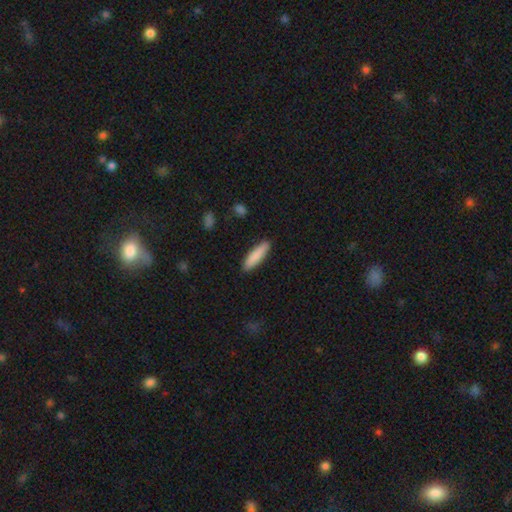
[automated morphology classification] Q: Smooth or featured?
A: smooth (86%); runner-up: featured or disk (8%)
Q: How rounded?
A: cigar-shaped (76%); runner-up: in between (23%)
Q: Merging?
A: none (89%); runner-up: minor disturbance (8%)